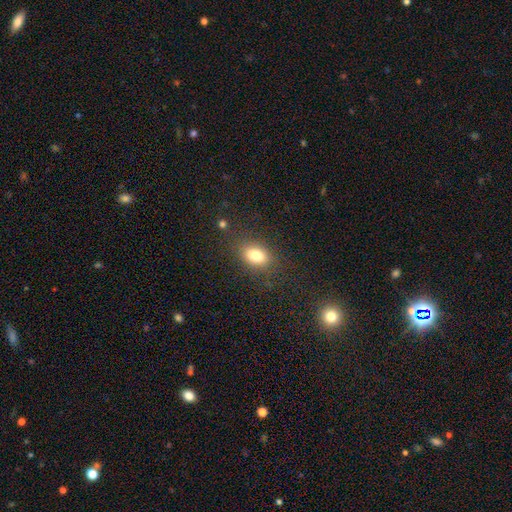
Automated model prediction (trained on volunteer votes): smooth_or_featured: smooth (p=0.81) [alt: star or artifact p=0.11]
how_rounded: in between (p=0.77) [alt: round p=0.21]
merging: none (p=0.81) [alt: minor disturbance p=0.12]